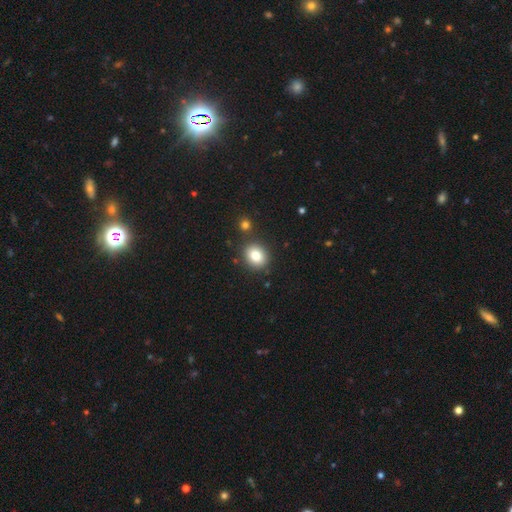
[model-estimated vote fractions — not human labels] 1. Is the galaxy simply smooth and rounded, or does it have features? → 82% smooth, 10% star or artifact, 8% featured or disk.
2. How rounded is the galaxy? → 61% round, 39% in between, 1% cigar-shaped.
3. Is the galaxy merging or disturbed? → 82% none, 9% minor disturbance, 6% merger, 3% major disturbance.